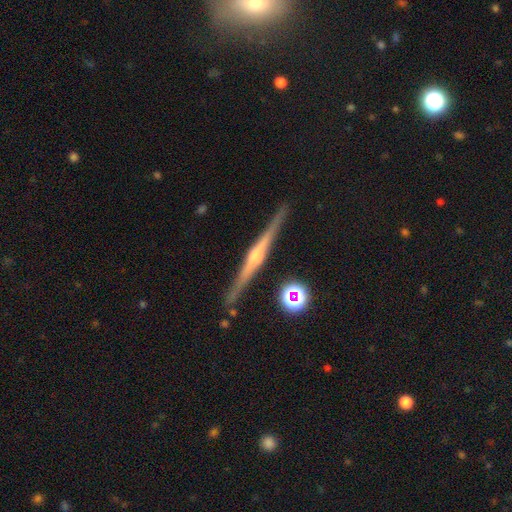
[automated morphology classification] Overall: featured or disk (81%). Edge-on disk: yes (98%). Edge-on bulge: rounded (76%). Merging: none (89%).